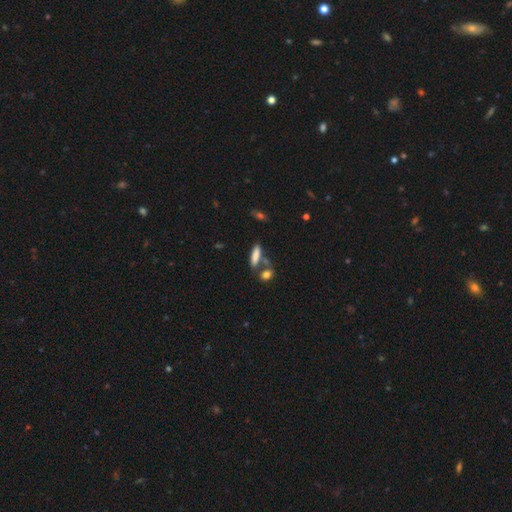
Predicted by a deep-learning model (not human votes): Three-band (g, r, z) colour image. It shows a smooth galaxy with no disk features (79%) that is cigar-shaped (56%). Merging: none (59%).